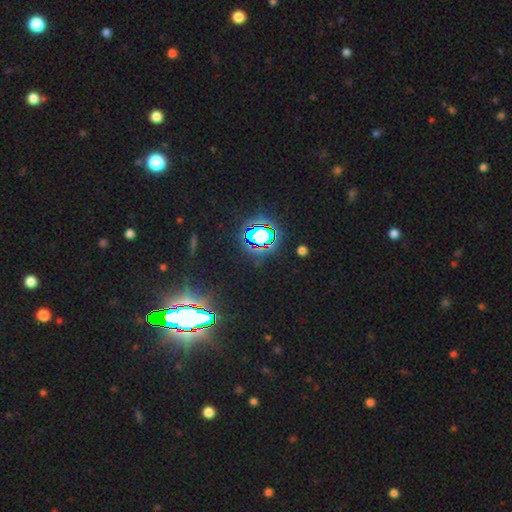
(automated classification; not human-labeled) Q: Smooth or featured?
A: star or artifact (84%); runner-up: smooth (9%)